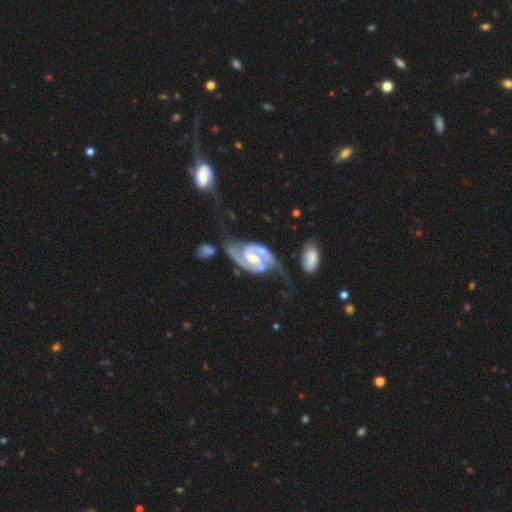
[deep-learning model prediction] featured or disk 92%, star or artifact 4%, smooth 3%. Down the decision tree: edge-on disk — no (97%); bar — weak (44%); spiral arms — yes (98%); spiral arm count — 2 (93%); spiral winding — medium (53%); bulge size — moderate (59%); merging — none (49%).